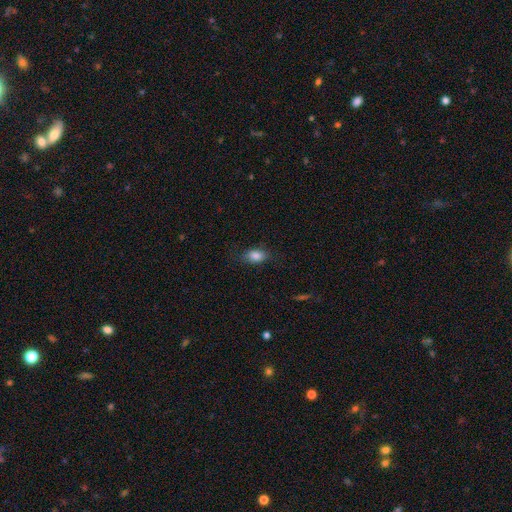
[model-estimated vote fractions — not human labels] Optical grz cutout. It shows a smooth galaxy with no disk features (84%) that is in between round and cigar-shaped (84%). Merging: none (76%).